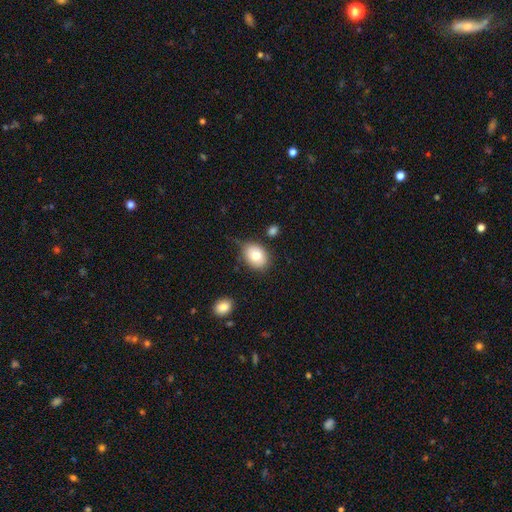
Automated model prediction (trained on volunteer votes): smooth_or_featured: smooth (p=0.76) [alt: featured or disk p=0.15]
how_rounded: in between (p=0.68) [alt: round p=0.31]
merging: none (p=0.67) [alt: minor disturbance p=0.23]